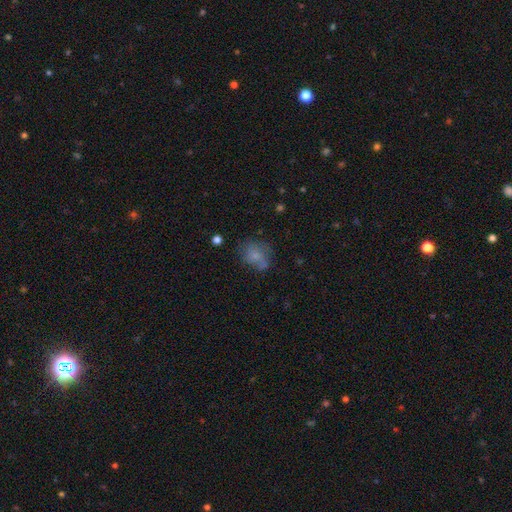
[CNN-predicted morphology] smooth-or-featured: smooth: 64% | featured or disk: 24% | star or artifact: 12%
  how-rounded: in between: 52% | round: 47% | cigar-shaped: 1%
  merging: none: 49% | minor disturbance: 26% | major disturbance: 18% | merger: 7%